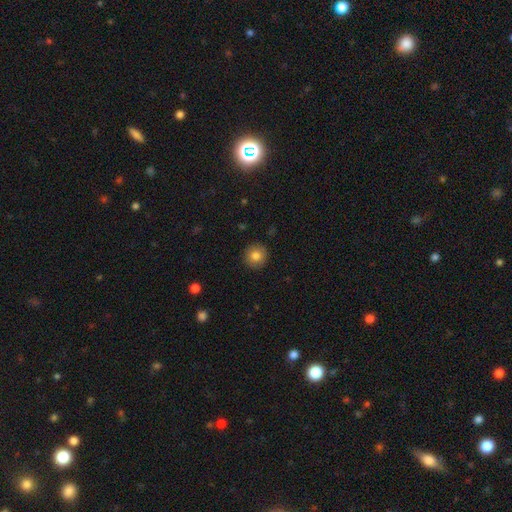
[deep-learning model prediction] Overall: smooth (82%). How rounded: round (94%). Merging: none (92%).